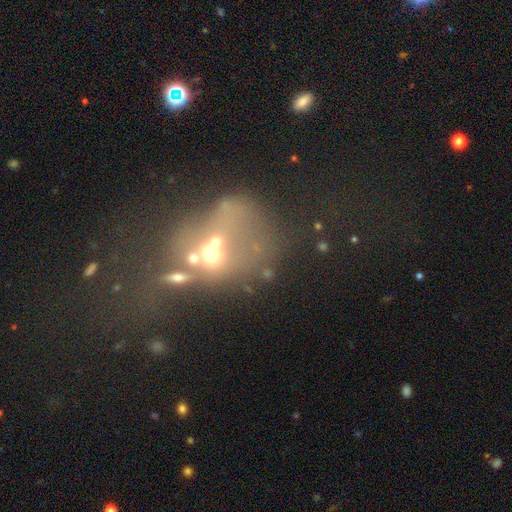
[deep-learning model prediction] Smooth or featured? featured or disk (40%)
Merging? merger (53%)